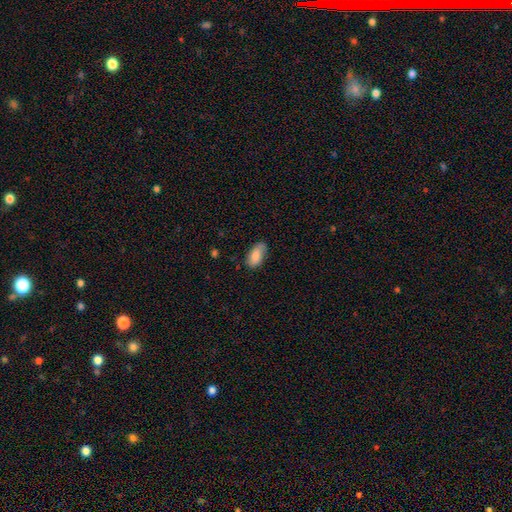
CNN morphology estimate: type=smooth (82%); roundness=in between (92%); merging=none (73%).